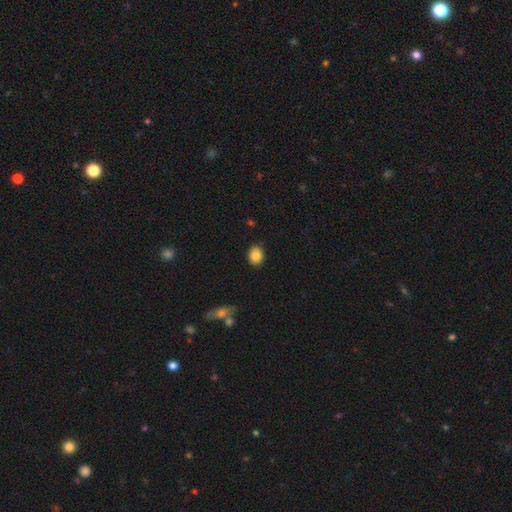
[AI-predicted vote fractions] This is clearly a smooth galaxy (83%). How rounded: possibly round (57%). Merging: clearly none (86%).